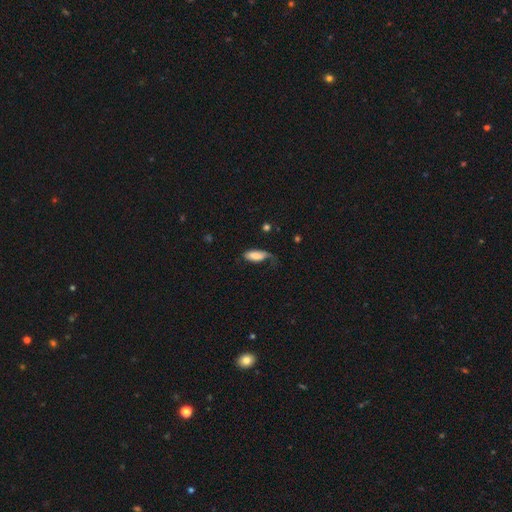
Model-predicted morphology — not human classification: Smooth or featured? Predicted: smooth (p=0.77). How rounded? Predicted: in between (p=0.80). Merging? Predicted: none (p=0.33, tied with minor disturbance).